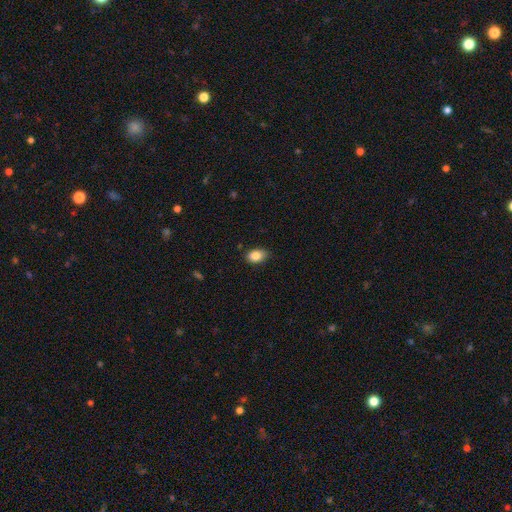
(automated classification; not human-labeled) A smooth galaxy with no disk features (86%) that is in between round and cigar-shaped (84%).

Vote fractions:
- Smooth or featured? smooth: 86% / star or artifact: 8% / featured or disk: 5%
- How rounded? in between: 84% / round: 15% / cigar-shaped: 1%
- Merging? none: 82% / minor disturbance: 14% / major disturbance: 2% / merger: 1%